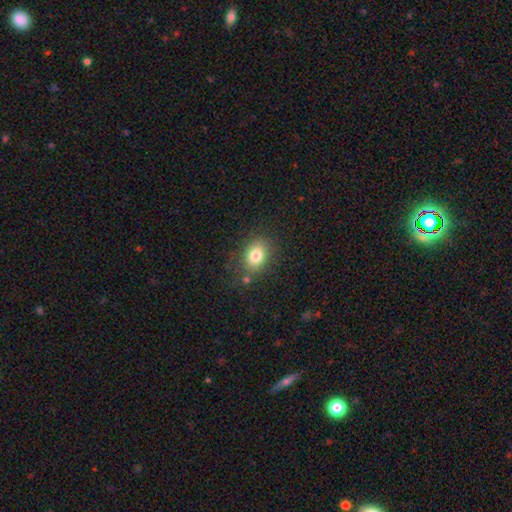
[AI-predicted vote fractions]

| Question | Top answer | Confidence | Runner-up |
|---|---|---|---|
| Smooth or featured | smooth | 80% | star or artifact (10%) |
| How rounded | in between | 67% | round (32%) |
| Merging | none | 77% | minor disturbance (14%) |